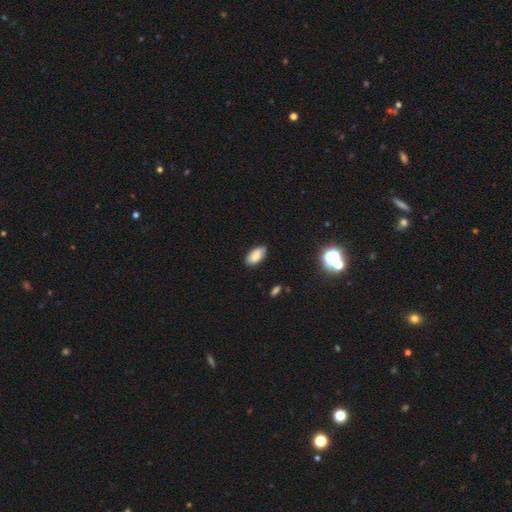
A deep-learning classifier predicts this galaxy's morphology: smooth-or-featured: smooth: 78% | featured or disk: 14% | star or artifact: 9%
  how-rounded: in between: 93% | cigar-shaped: 4% | round: 3%
  merging: none: 84% | minor disturbance: 13% | major disturbance: 2% | merger: 1%